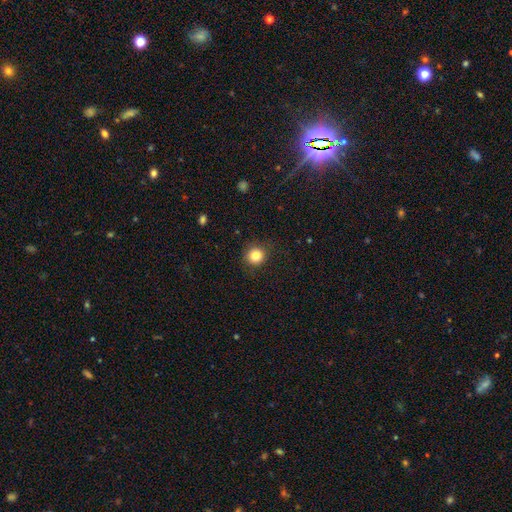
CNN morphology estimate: type=smooth (82%); roundness=round (92%); merging=none (89%).